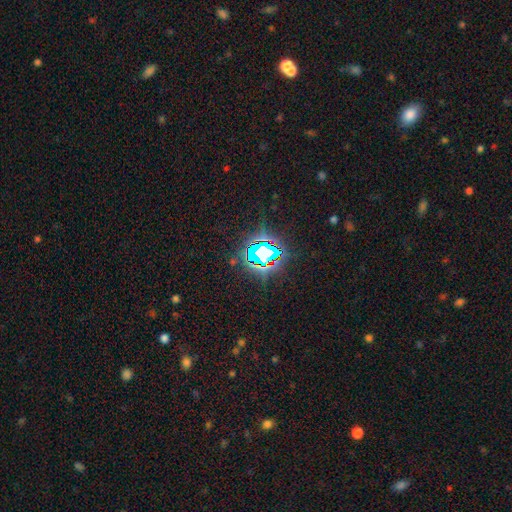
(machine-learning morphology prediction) Smooth or featured?
  - star or artifact: 75% *
  - smooth: 14%
  - featured or disk: 11%